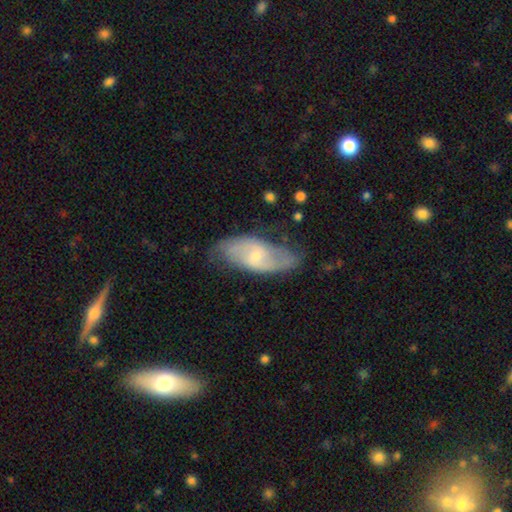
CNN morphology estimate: This appears to be a featured or disk galaxy (70%) with no bar (52%), 2 (79%) medium (42%) spiral arms (86%) and a small central bulge (68%). Merging: none (68%).